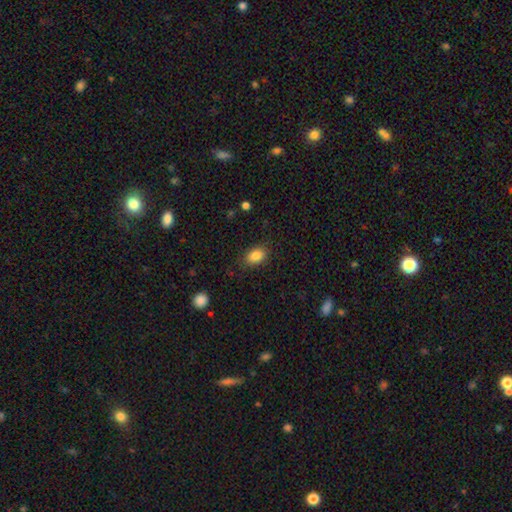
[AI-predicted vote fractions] This is clearly a smooth galaxy (85%). How rounded: clearly in between (83%). Merging: clearly none (82%).